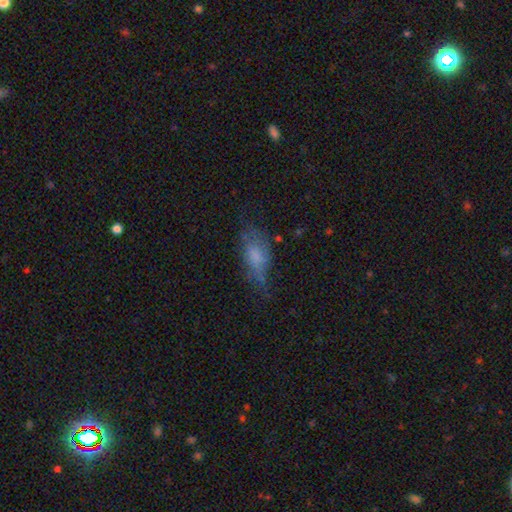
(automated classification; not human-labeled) A smooth galaxy with no disk features (64%) that is in between round and cigar-shaped (84%). Merging: none (43%).